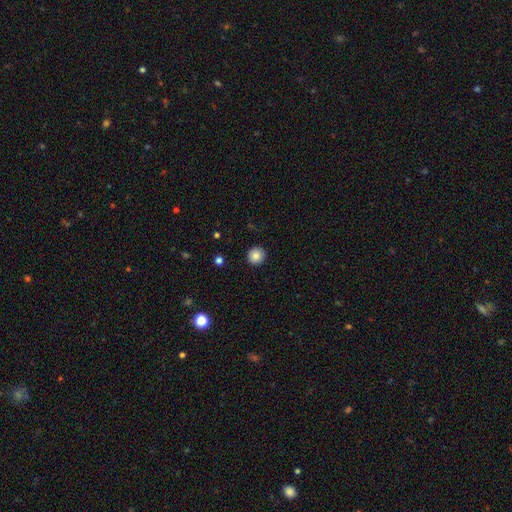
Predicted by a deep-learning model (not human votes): Morphology: type=smooth (85%); roundness=round (95%); merging=none (92%).